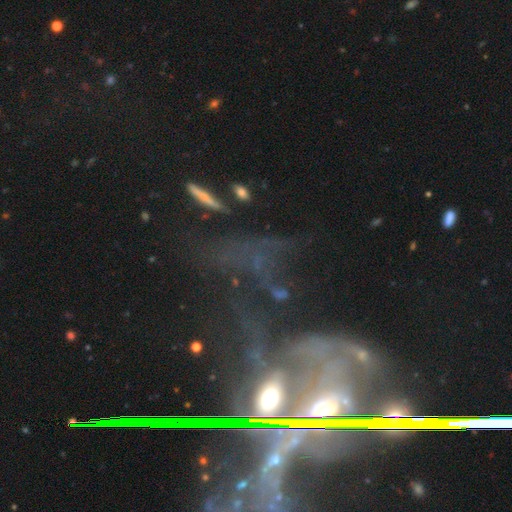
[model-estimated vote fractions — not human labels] featured or disk 44%, star or artifact 39%, smooth 17%. Down the decision tree: merging — none (41%).